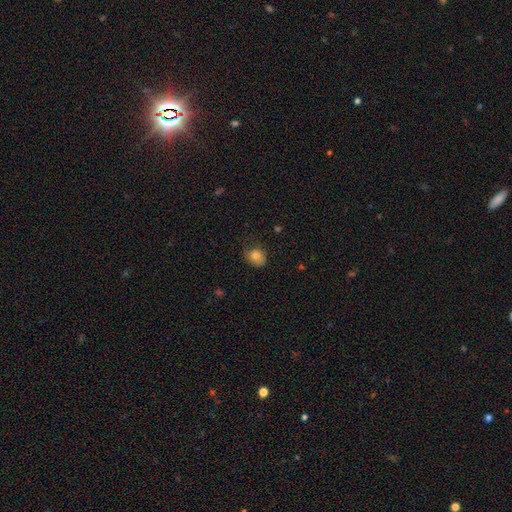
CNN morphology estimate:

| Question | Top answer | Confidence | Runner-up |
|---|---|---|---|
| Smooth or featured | smooth | 82% | star or artifact (10%) |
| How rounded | round | 60% | in between (39%) |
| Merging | none | 60% | minor disturbance (29%) |